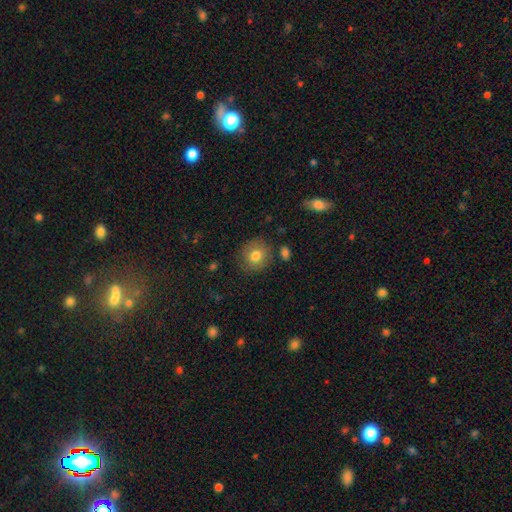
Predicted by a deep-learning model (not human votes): Morphology: type=smooth (78%); roundness=round (81%); merging=none (81%).